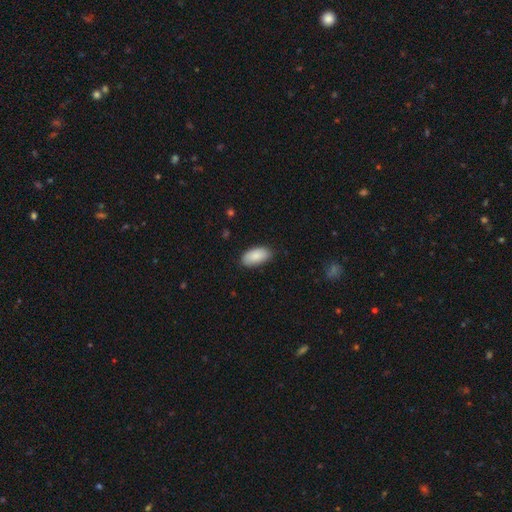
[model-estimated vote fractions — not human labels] This appears to be a smooth galaxy with no disk features (87%) that is in between round and cigar-shaped (95%). Merging: none (83%).